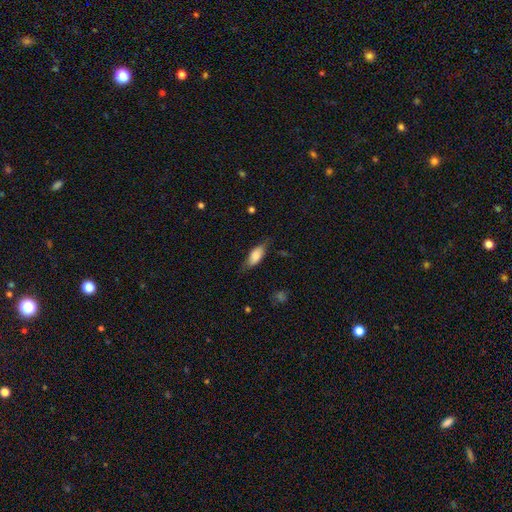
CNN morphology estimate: smooth-or-featured: smooth: 74% | featured or disk: 20% | star or artifact: 7%
  how-rounded: in between: 79% | cigar-shaped: 19% | round: 3%
  merging: none: 67% | minor disturbance: 24% | major disturbance: 7% | merger: 1%